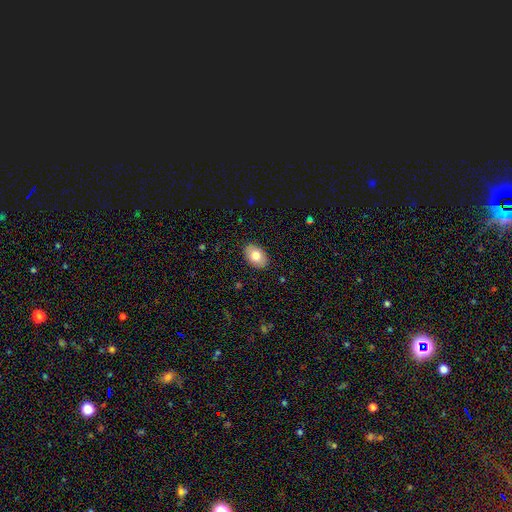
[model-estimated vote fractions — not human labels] smooth_or_featured: smooth (p=0.79) [alt: featured or disk p=0.14]
how_rounded: in between (p=0.87) [alt: round p=0.12]
merging: none (p=0.88) [alt: minor disturbance p=0.09]